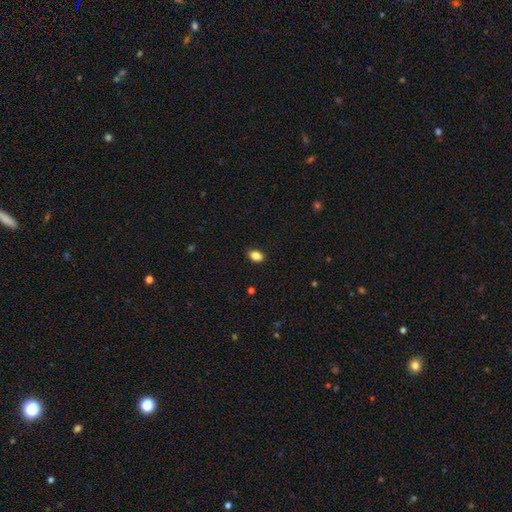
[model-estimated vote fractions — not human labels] A smooth galaxy with no disk features (87%) that is in between round and cigar-shaped (83%). Merging: none (87%).